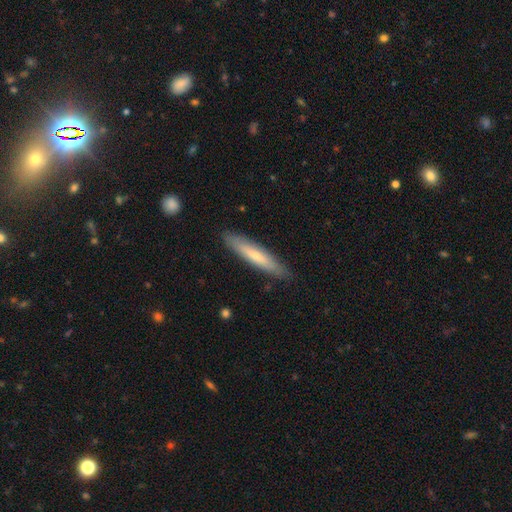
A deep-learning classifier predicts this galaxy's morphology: The model was most divided on "smooth or featured": smooth: 59%, featured or disk: 36%, star or artifact: 5%. More confident: how rounded — cigar-shaped (90%); merging — none (88%).